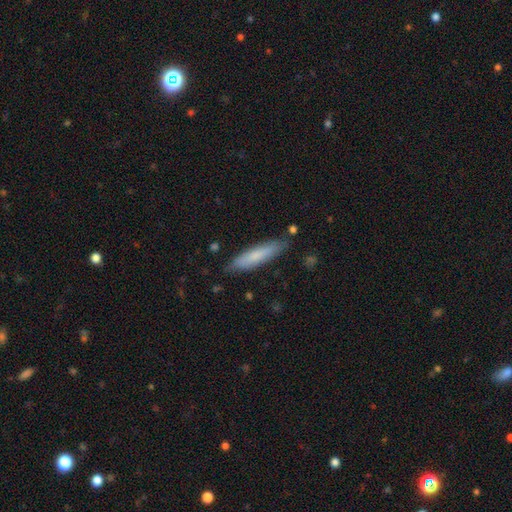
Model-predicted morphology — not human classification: smooth_or_featured: smooth (p=0.73) [alt: featured or disk p=0.21]
how_rounded: cigar-shaped (p=0.84) [alt: in between p=0.15]
merging: none (p=0.84) [alt: minor disturbance p=0.13]